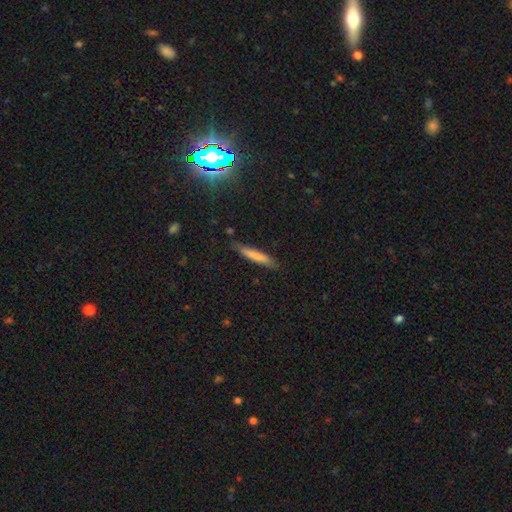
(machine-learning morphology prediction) Smooth or featured?
  - smooth: 75% *
  - featured or disk: 19%
  - star or artifact: 7%
How rounded?
  - cigar-shaped: 92% *
  - in between: 7%
  - round: 1%
Merging?
  - none: 82% *
  - minor disturbance: 14%
  - major disturbance: 3%
  - merger: 2%